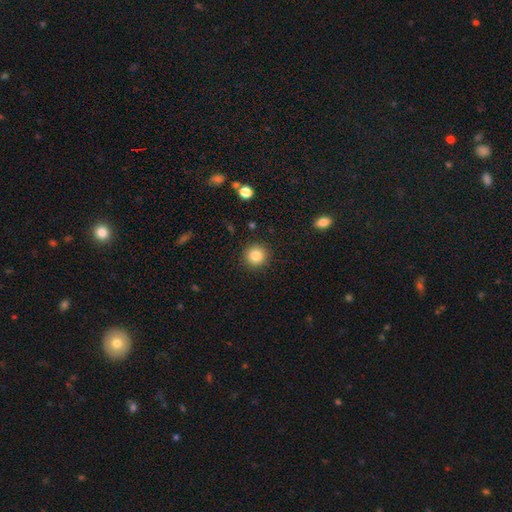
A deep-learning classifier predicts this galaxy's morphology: Smooth or featured?
  - smooth: 85% *
  - star or artifact: 10%
  - featured or disk: 5%
How rounded?
  - round: 93% *
  - in between: 6%
  - cigar-shaped: 1%
Merging?
  - none: 90% *
  - minor disturbance: 6%
  - major disturbance: 2%
  - merger: 1%